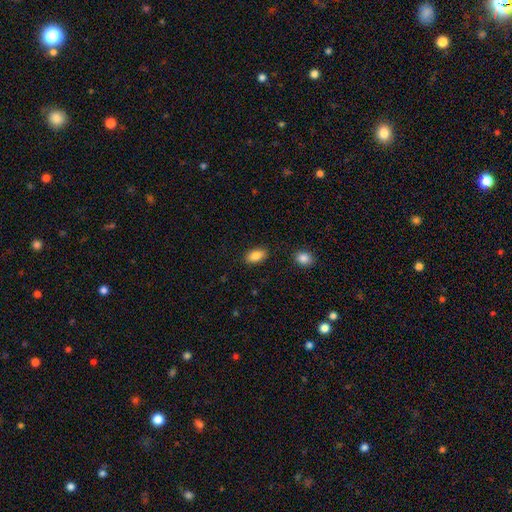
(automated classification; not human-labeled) A smooth galaxy with no disk features (86%) that is in between round and cigar-shaped (91%). Merging: none (86%).